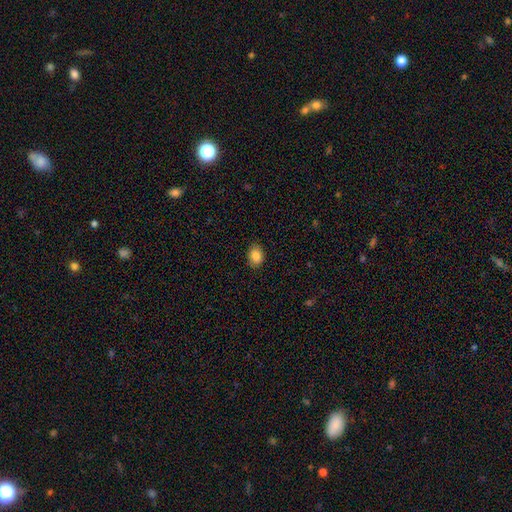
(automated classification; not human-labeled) A smooth galaxy with no disk features (88%) that is in between round and cigar-shaped (79%).

Vote fractions:
- Smooth or featured? smooth: 88% / star or artifact: 8% / featured or disk: 5%
- How rounded? in between: 79% / round: 20% / cigar-shaped: 1%
- Merging? none: 86% / minor disturbance: 11% / major disturbance: 2% / merger: 1%